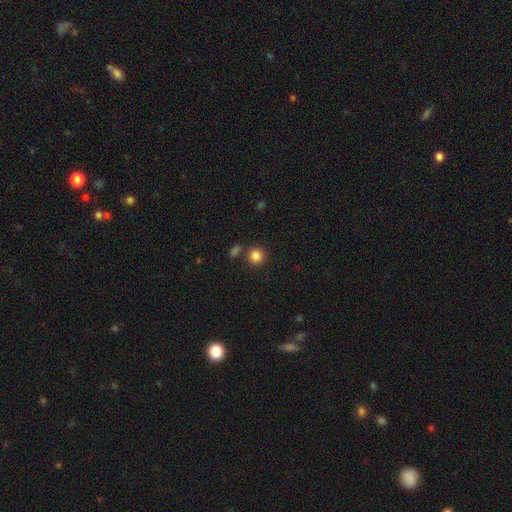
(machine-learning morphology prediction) This appears to be a smooth galaxy with no disk features (85%) that is round (90%). Merging: none (79%).